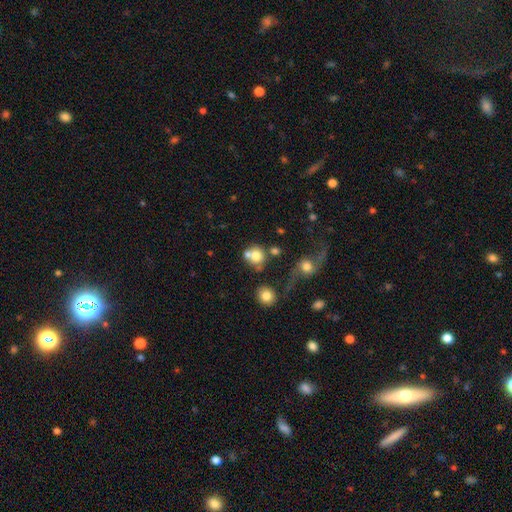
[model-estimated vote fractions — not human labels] Smooth or featured? Predicted: smooth (p=0.73). How rounded? Predicted: round (p=0.83). Merging? Predicted: none (p=0.44).